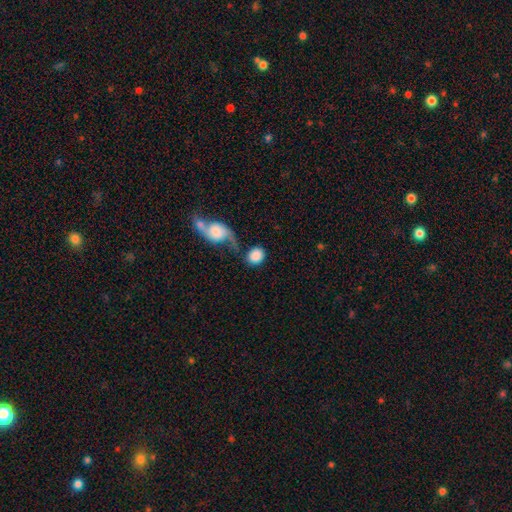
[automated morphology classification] A smooth galaxy with no disk features (80%) that is round (67%). Merging: none (47%).